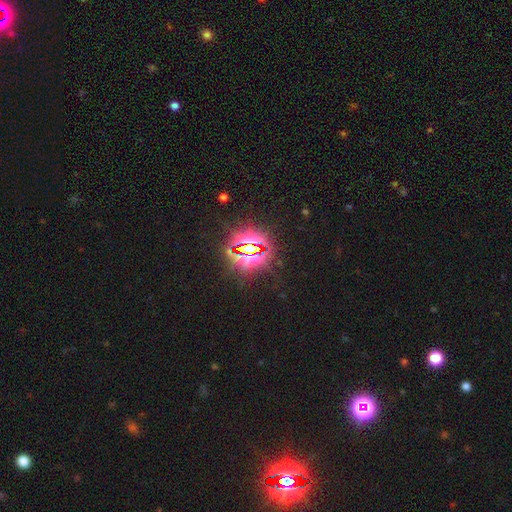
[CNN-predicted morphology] Smooth or featured?
  - star or artifact: 83% *
  - smooth: 9%
  - featured or disk: 8%